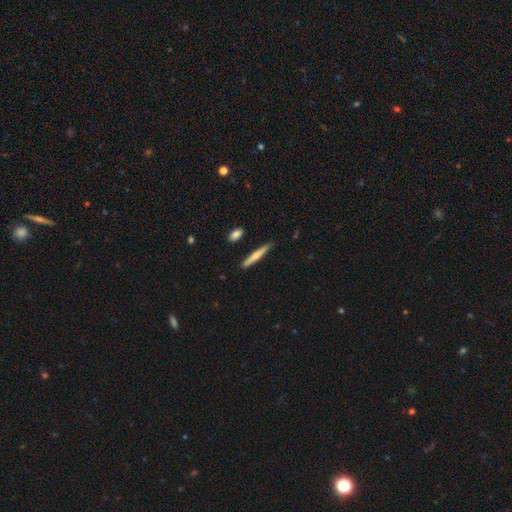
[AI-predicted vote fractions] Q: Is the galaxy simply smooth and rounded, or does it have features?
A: smooth — 58%.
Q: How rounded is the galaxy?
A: cigar-shaped — 93%.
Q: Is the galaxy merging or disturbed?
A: none — 86%.